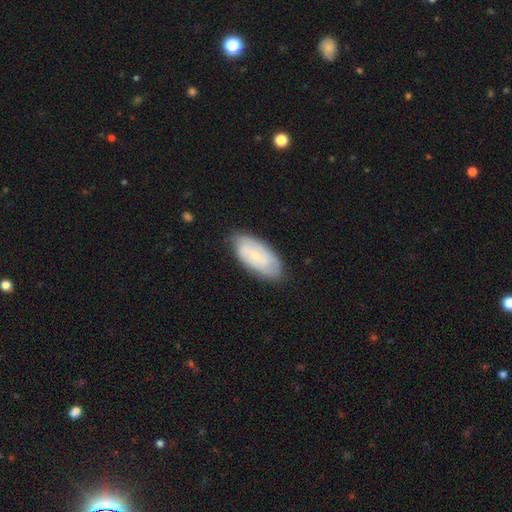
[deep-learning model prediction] This is possibly a featured or disk galaxy (56%). It is clearly not viewed edge-on (93%). Bar: likely no (74%). Spiral arm pattern: likely yes (80%). Central bulge: likely small (76%). Merging: likely none (78%).